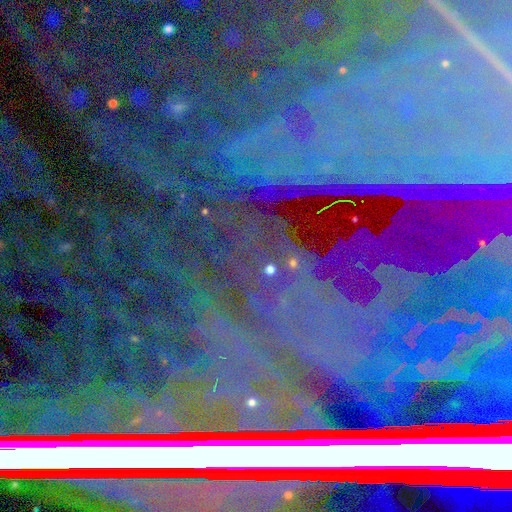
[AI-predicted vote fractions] Smooth or featured: star or artifact — 85% (featured or disk — 9%)